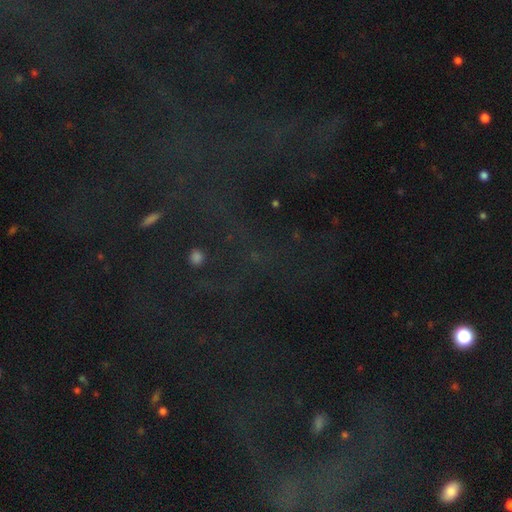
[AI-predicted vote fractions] Overall: star or artifact (76%).